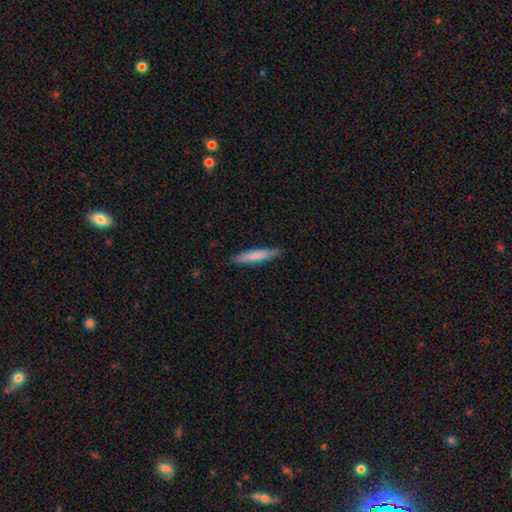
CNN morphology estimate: smooth 78%, featured or disk 16%, star or artifact 5%. Down the decision tree: how rounded — cigar-shaped (90%); merging — none (88%).